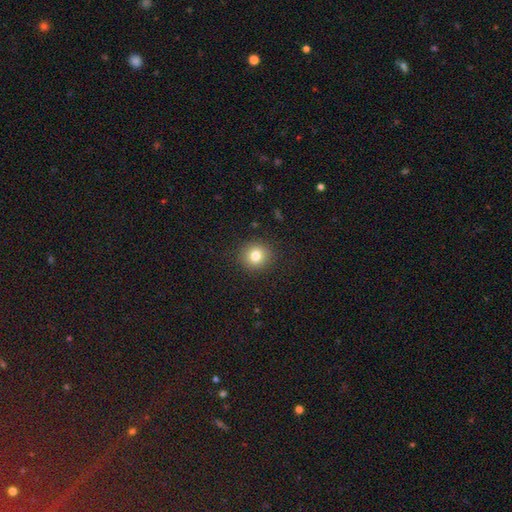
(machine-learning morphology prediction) Q: Smooth or featured?
A: smooth (80%); runner-up: star or artifact (12%)
Q: How rounded?
A: round (89%); runner-up: in between (10%)
Q: Merging?
A: none (90%); runner-up: minor disturbance (6%)